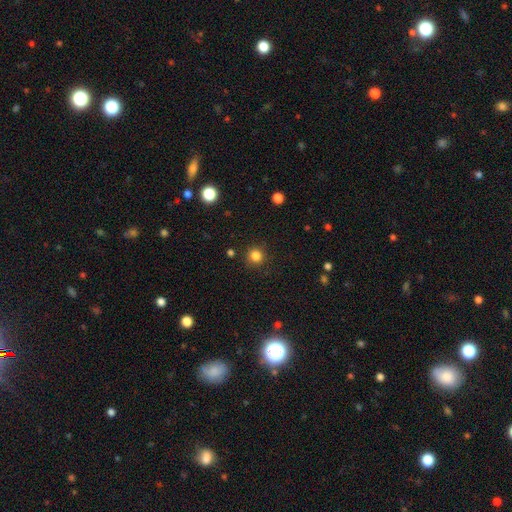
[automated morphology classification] smooth-or-featured: smooth: 83% | star or artifact: 13% | featured or disk: 4%
  how-rounded: round: 92% | in between: 7% | cigar-shaped: 1%
  merging: none: 89% | minor disturbance: 7% | major disturbance: 2% | merger: 1%